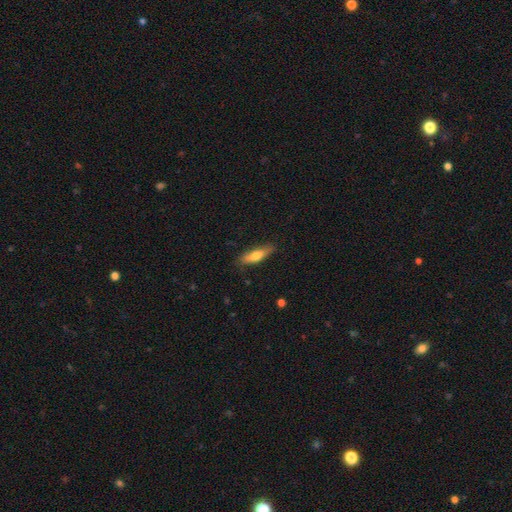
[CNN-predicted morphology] smooth 65%, featured or disk 29%, star or artifact 6%. Down the decision tree: how rounded — cigar-shaped (57%); merging — none (76%).